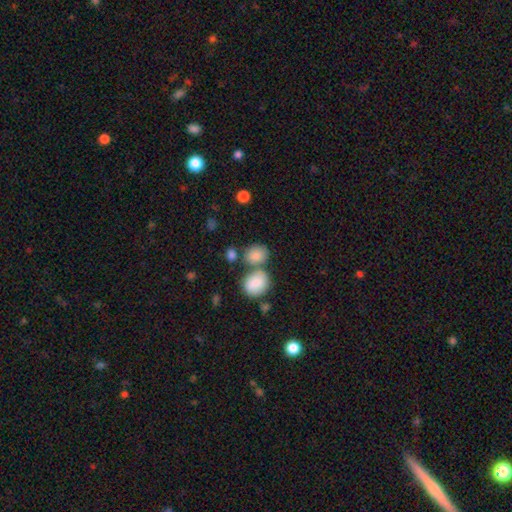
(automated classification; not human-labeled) This is clearly a smooth galaxy (85%). How rounded: possibly in between (54%). Merging: possibly none (49%).